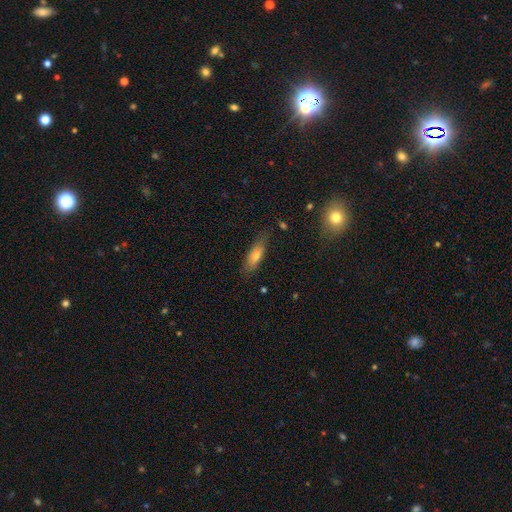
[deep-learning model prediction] Smooth or featured? smooth (65%)
How rounded? cigar-shaped (51%)
Merging? none (77%)